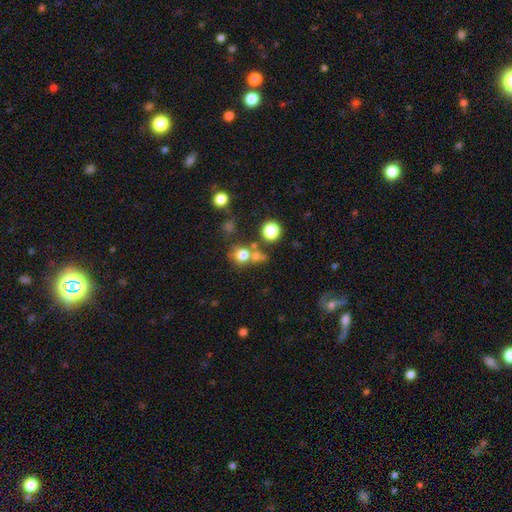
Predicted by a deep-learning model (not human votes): smooth-or-featured: smooth: 66% | star or artifact: 22% | featured or disk: 11%
  how-rounded: round: 82% | in between: 16% | cigar-shaped: 1%
  merging: none: 56% | merger: 29% | minor disturbance: 10% | major disturbance: 6%